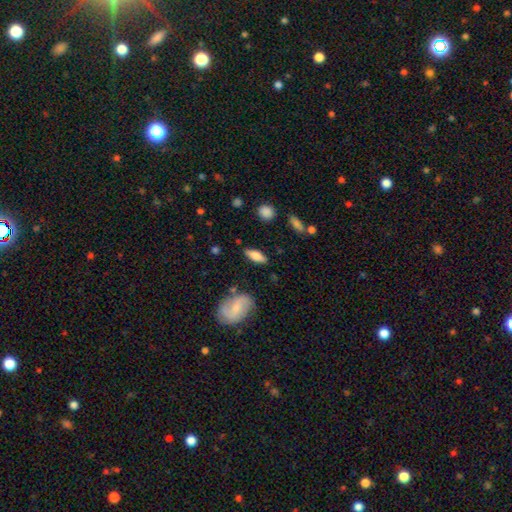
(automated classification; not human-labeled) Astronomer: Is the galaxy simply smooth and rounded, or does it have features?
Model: smooth — 59% (runner-up: featured or disk, 35%).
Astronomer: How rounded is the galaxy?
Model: in between — 62%.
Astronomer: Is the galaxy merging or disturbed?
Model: none — 82%.